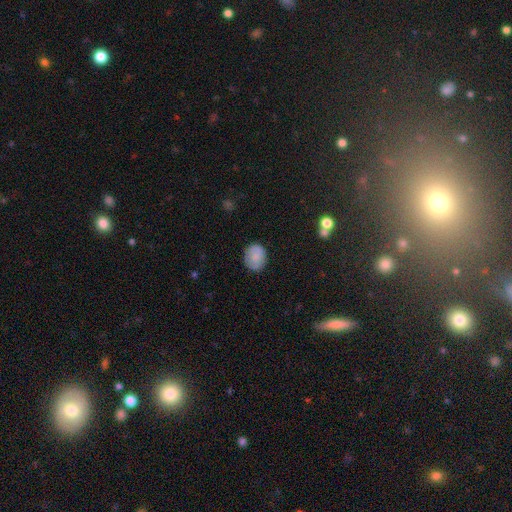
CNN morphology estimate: smooth 84%, featured or disk 9%, star or artifact 7%. Down the decision tree: how rounded — round (59%); merging — none (83%).